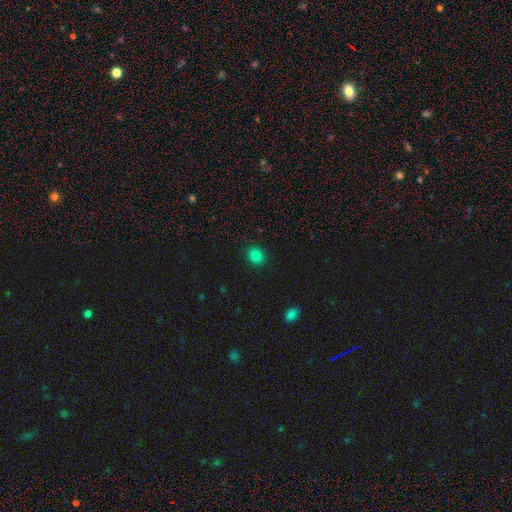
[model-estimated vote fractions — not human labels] smooth_or_featured: smooth (p=0.82) [alt: star or artifact p=0.13]
how_rounded: round (p=0.60) [alt: in between p=0.39]
merging: none (p=0.89) [alt: minor disturbance p=0.08]